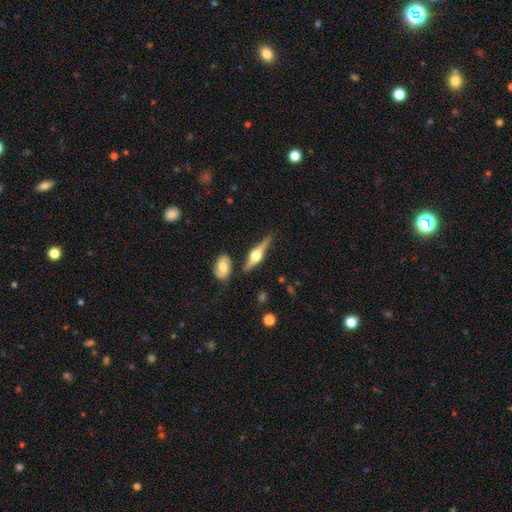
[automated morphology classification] Q: Smooth or featured?
A: featured or disk (75%); runner-up: smooth (19%)
Q: Edge-on disk?
A: yes (96%); runner-up: no (4%)
Q: Edge-on bulge?
A: rounded (94%); runner-up: boxy (5%)
Q: Merging?
A: none (77%); runner-up: minor disturbance (14%)